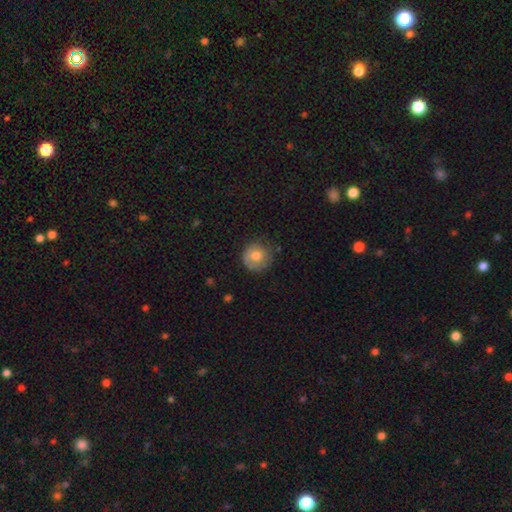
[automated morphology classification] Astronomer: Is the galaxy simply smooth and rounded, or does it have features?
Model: smooth — 68%.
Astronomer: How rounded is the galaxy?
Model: round — 91%.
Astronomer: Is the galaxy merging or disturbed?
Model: none — 71%.